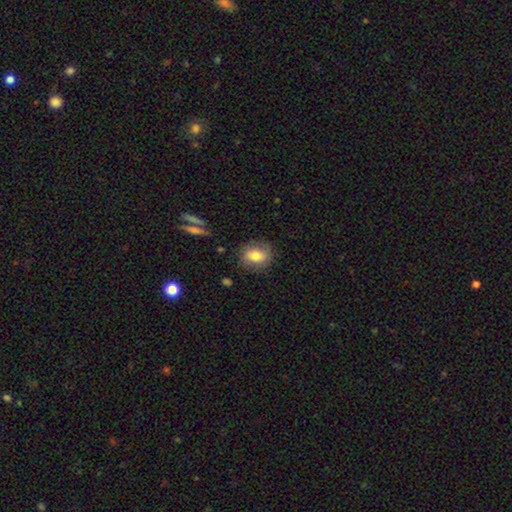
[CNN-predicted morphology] This appears to be a smooth galaxy with no disk features (73%) that is round (50%). Merging: none (79%).